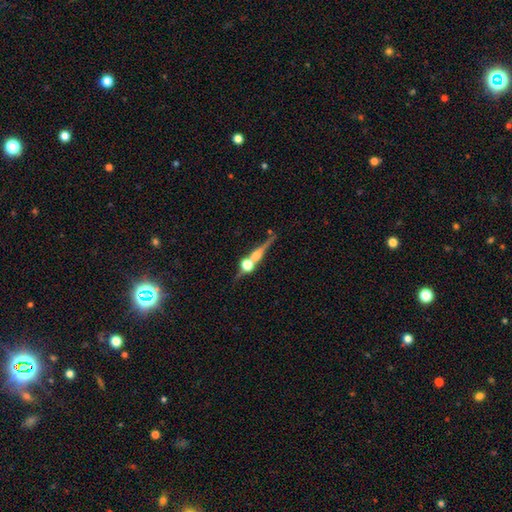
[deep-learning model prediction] Overall: featured or disk (58%; smooth 28%). Edge-on disk: yes (85%). Merging: none (48%; merger 35%).